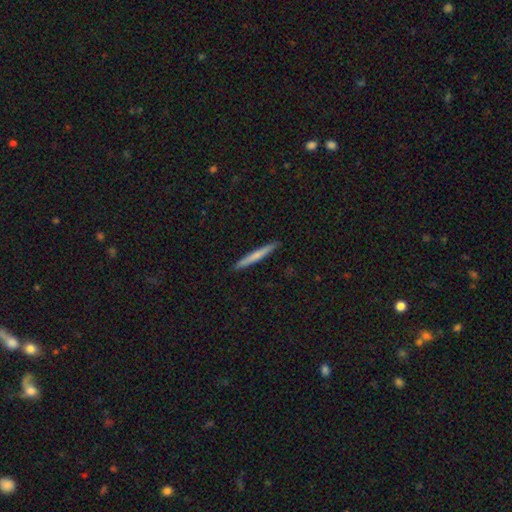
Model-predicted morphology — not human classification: smooth 65%, featured or disk 30%, star or artifact 5%. Down the decision tree: how rounded — cigar-shaped (97%); merging — none (92%).